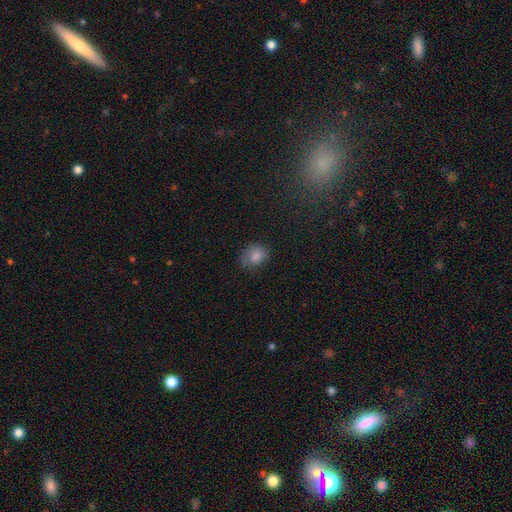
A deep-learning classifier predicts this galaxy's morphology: This appears to be a smooth galaxy with no disk features (78%) that is round (52%). Merging: none (58%).